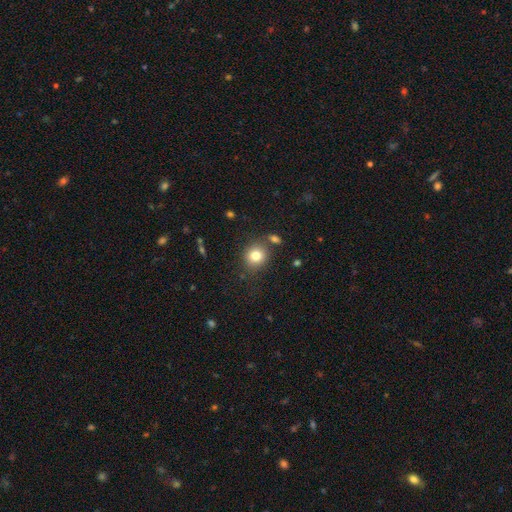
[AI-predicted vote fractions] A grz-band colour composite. It shows a smooth galaxy with no disk features (79%) that is round (81%). Merging: none (78%).